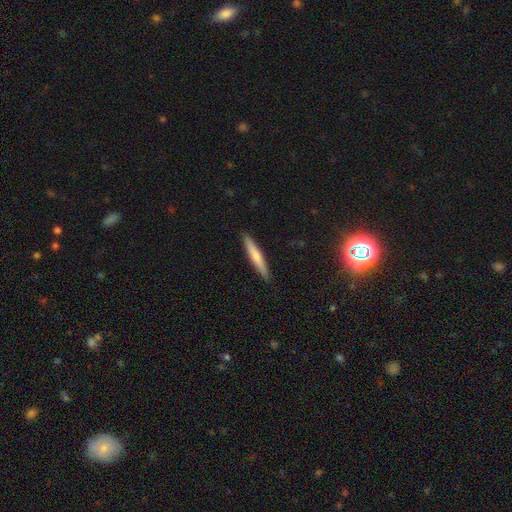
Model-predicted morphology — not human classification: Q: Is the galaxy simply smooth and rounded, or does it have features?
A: smooth — 67%.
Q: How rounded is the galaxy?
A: cigar-shaped — 94%.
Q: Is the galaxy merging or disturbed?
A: none — 91%.